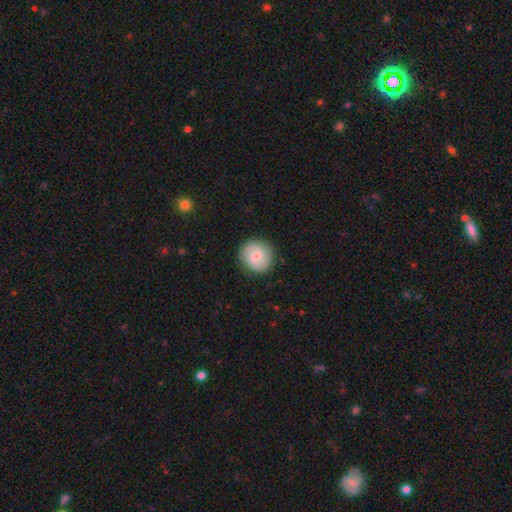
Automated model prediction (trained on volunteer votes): smooth-or-featured: featured or disk: 51% | smooth: 42% | star or artifact: 7%
  disk-edge-on: no: 98% | yes: 2%
  merging: none: 87% | minor disturbance: 9% | major disturbance: 3% | merger: 1%